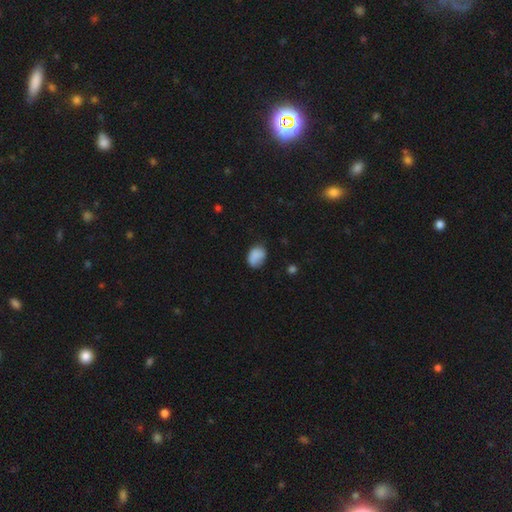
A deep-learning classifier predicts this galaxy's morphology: Smooth or featured: smooth — 85% (star or artifact — 8%)
How rounded: in between — 71% (round — 28%)
Merging: none — 67% (minor disturbance — 25%)